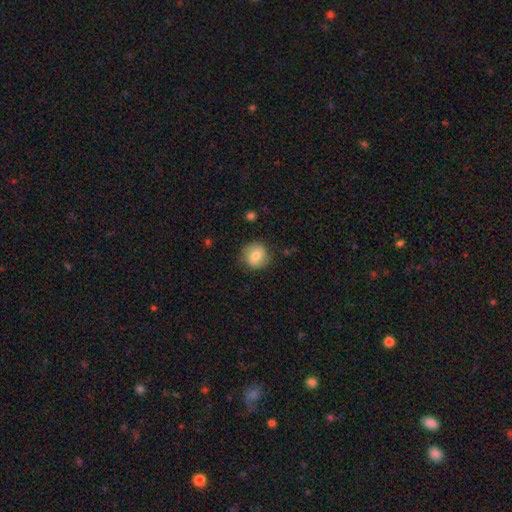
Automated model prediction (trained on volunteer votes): Smooth or featured?
  - smooth: 75% *
  - featured or disk: 17%
  - star or artifact: 8%
How rounded?
  - round: 89% *
  - in between: 10%
  - cigar-shaped: 1%
Merging?
  - none: 81% *
  - minor disturbance: 14%
  - major disturbance: 4%
  - merger: 1%